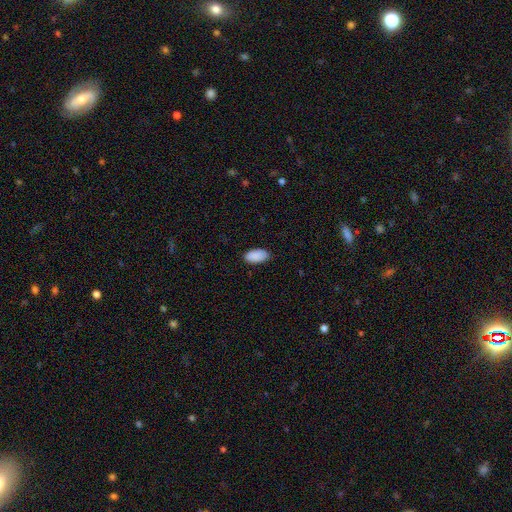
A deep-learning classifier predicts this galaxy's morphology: Overall: smooth (91%). How rounded: in between (95%). Merging: none (86%).